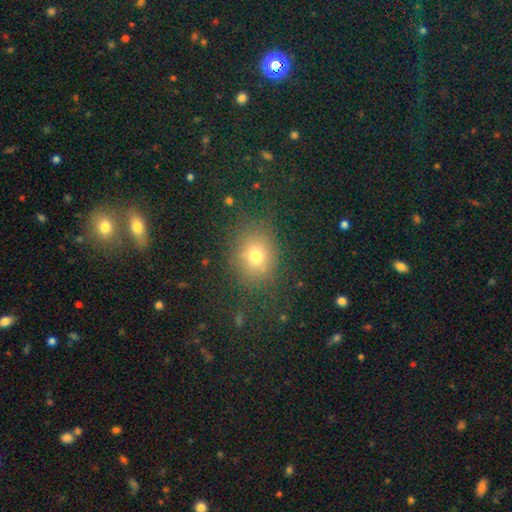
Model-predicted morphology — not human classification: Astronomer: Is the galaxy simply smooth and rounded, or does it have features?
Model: smooth — 73%.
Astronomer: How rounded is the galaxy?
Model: round — 61% (runner-up: in between, 37%).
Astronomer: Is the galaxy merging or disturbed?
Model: none — 78%.